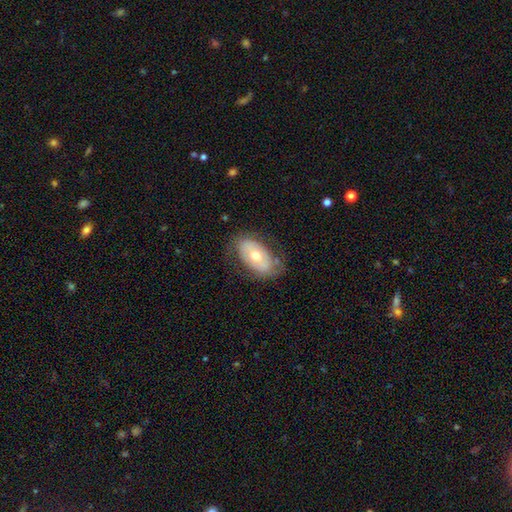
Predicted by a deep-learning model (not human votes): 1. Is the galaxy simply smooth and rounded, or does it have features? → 47% smooth, 46% featured or disk, 7% star or artifact.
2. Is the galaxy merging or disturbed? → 71% none, 20% minor disturbance, 8% major disturbance, 1% merger.